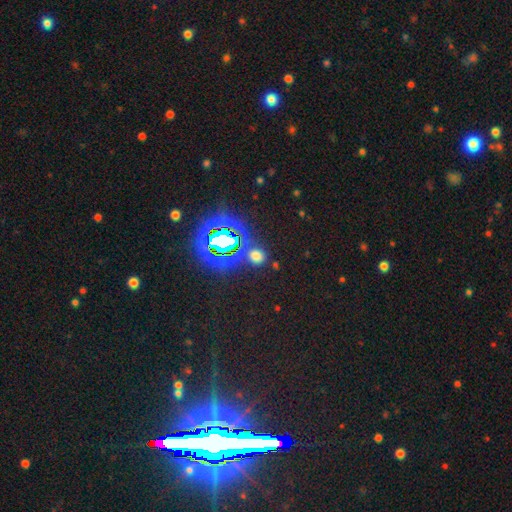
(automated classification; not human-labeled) smooth-or-featured: smooth: 54% | star or artifact: 40% | featured or disk: 6%
  how-rounded: round: 72% | in between: 26% | cigar-shaped: 2%
  merging: none: 82% | minor disturbance: 9% | merger: 5% | major disturbance: 4%